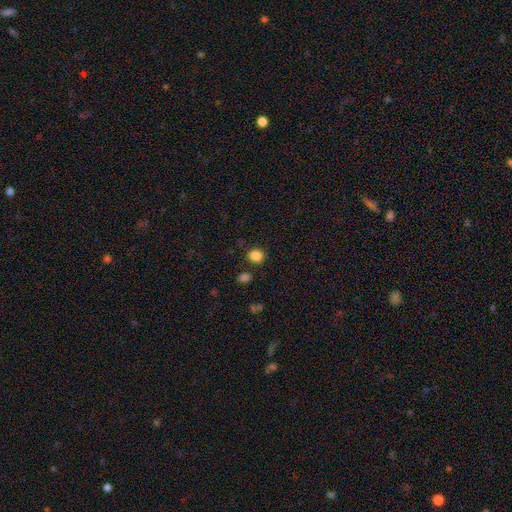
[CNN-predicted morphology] A smooth galaxy with no disk features (85%) that is round (73%).

Vote fractions:
- Smooth or featured? smooth: 85% / star or artifact: 12% / featured or disk: 4%
- How rounded? round: 73% / in between: 26% / cigar-shaped: 1%
- Merging? none: 82% / minor disturbance: 10% / merger: 5% / major disturbance: 3%